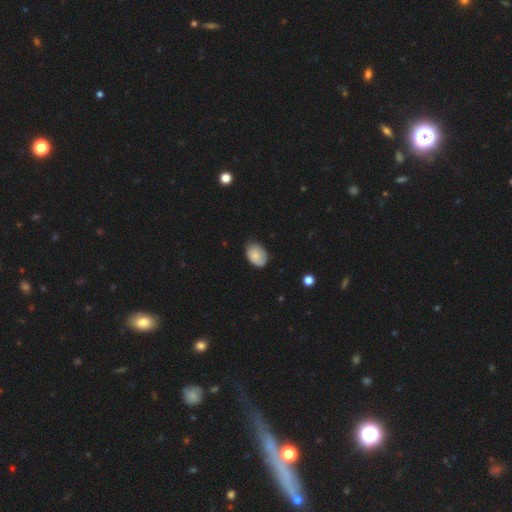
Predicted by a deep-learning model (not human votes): smooth 80%, featured or disk 13%, star or artifact 7%. Down the decision tree: how rounded — in between (81%); merging — none (69%).